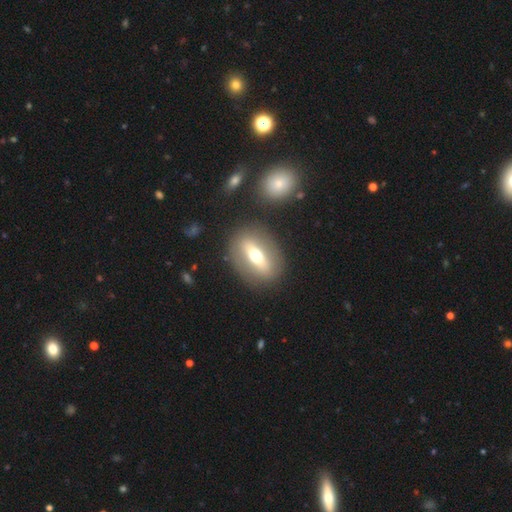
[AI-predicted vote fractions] Smooth or featured: smooth — 48% (featured or disk — 44%)
Merging: none — 82% (minor disturbance — 10%)